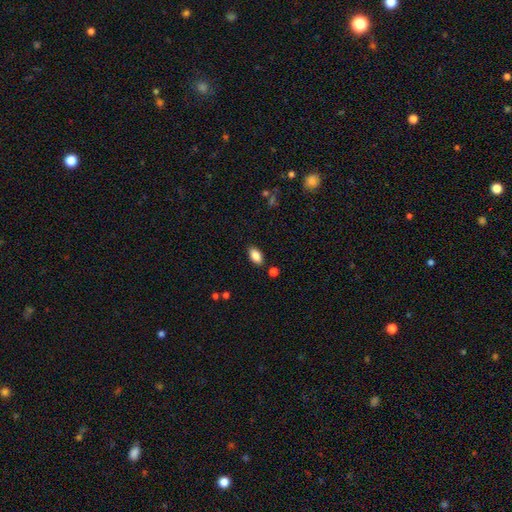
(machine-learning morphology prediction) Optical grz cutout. It shows a smooth galaxy with no disk features (86%) that is in between round and cigar-shaped (93%). Merging: none (86%).